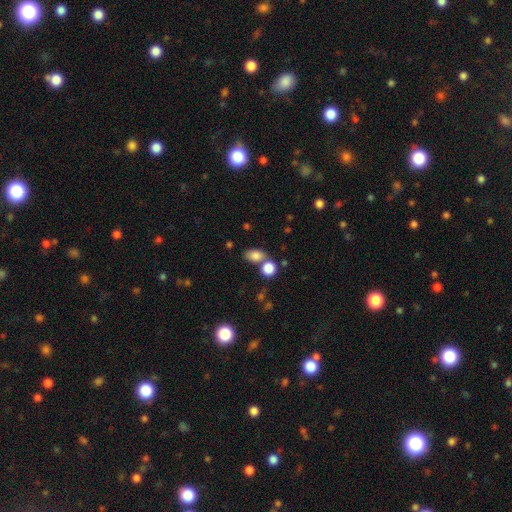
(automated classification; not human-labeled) Smooth or featured: smooth — 82% (star or artifact — 10%)
How rounded: in between — 76% (round — 22%)
Merging: none — 55% (merger — 29%)